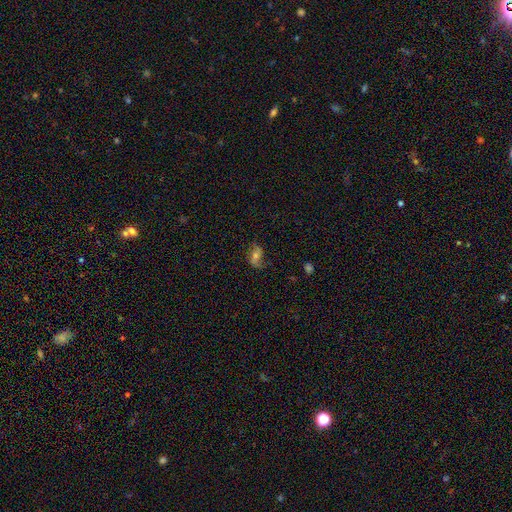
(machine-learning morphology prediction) Overall: featured or disk (56%; smooth 32%). Edge-on disk: no (94%). Bar: no (52%; weak 32%). Spiral arms: yes (82%). Bulge size: moderate (57%; small 33%). Merging: none (65%).